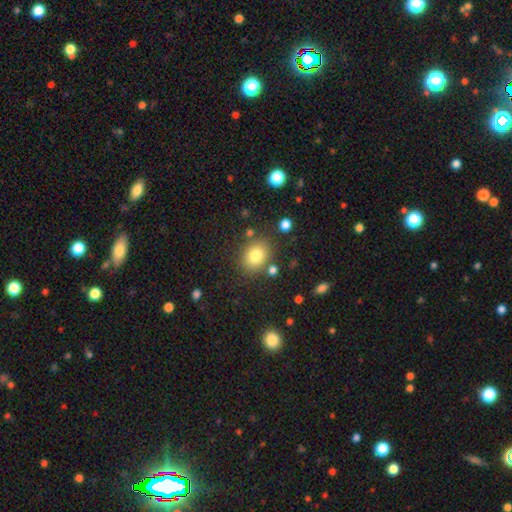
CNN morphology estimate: type=smooth (79%); roundness=round (59%); merging=none (80%).